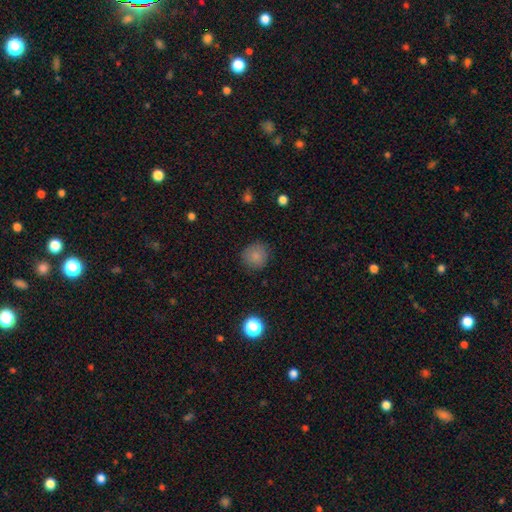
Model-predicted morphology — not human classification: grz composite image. It shows a smooth galaxy with no disk features (83%) that is round (91%). Merging: none (86%).